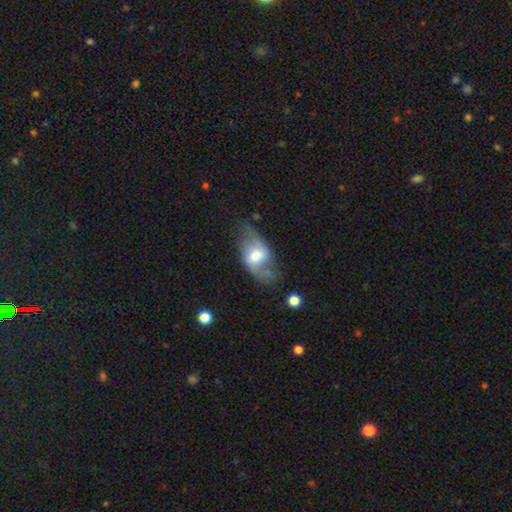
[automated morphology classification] type=featured or disk (56%); edge-on=no (89%); merging=none (48%).